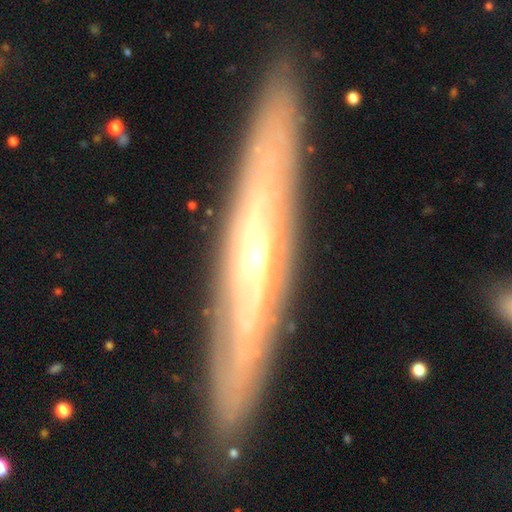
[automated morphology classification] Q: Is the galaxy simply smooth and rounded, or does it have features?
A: featured or disk — 76%.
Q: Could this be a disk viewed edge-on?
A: yes — 75%.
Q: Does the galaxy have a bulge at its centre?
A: rounded — 71%.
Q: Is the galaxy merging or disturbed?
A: none — 88%.